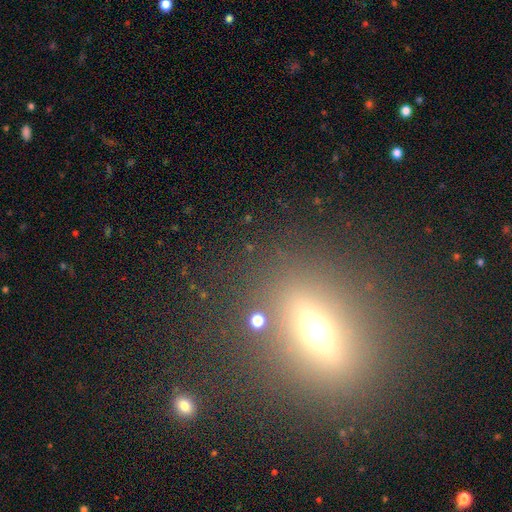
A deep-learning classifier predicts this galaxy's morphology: Smooth or featured: featured or disk — 55% (smooth — 25%)
Edge-on disk: yes — 79% (no — 21%)
Merging: none — 86% (minor disturbance — 8%)